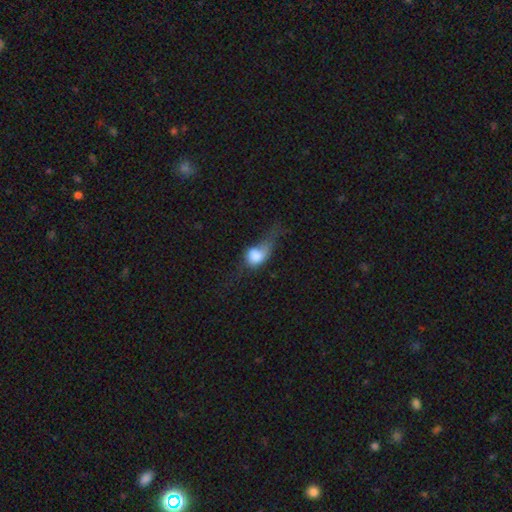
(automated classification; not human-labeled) Smooth or featured? smooth (65%)
How rounded? in between (59%)
Merging? major disturbance (48%)